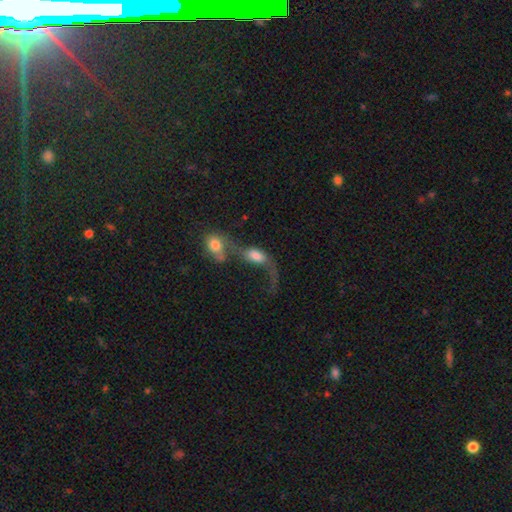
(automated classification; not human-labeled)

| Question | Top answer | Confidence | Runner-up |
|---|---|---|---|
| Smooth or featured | smooth | 56% | featured or disk (34%) |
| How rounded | in between | 80% | round (13%) |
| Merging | merger | 63% | major disturbance (19%) |